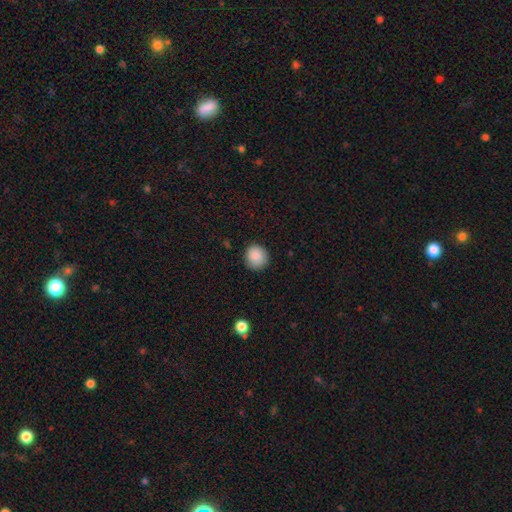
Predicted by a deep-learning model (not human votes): The model was most divided on "merging": none: 86%, minor disturbance: 10%, major disturbance: 2%, merger: 1%. More confident: how rounded — round (91%); smooth or featured — smooth (87%).